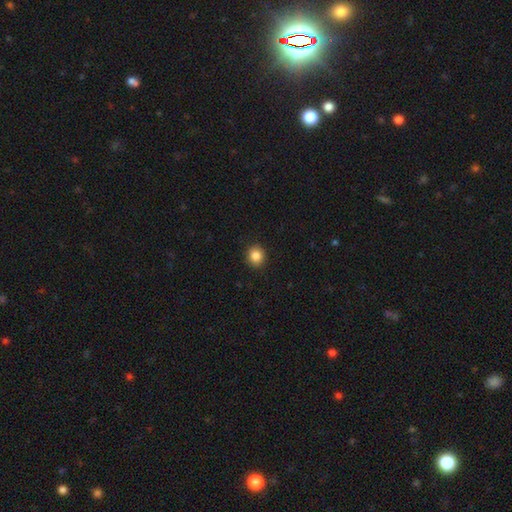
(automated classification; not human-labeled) smooth-or-featured: smooth: 86% | star or artifact: 10% | featured or disk: 4%
  how-rounded: round: 81% | in between: 18% | cigar-shaped: 1%
  merging: none: 92% | minor disturbance: 6% | major disturbance: 2% | merger: 1%